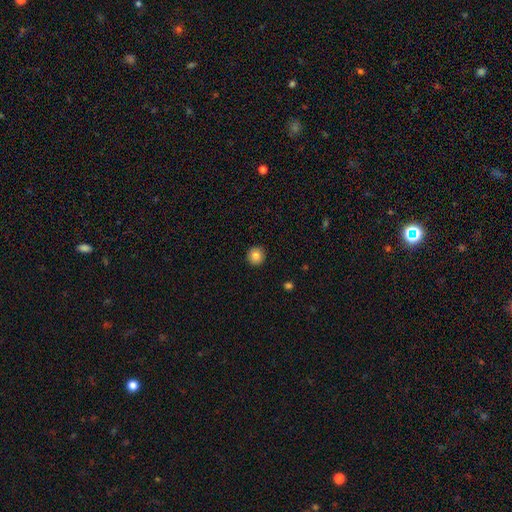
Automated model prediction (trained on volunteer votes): The model was most divided on "smooth or featured": smooth: 85%, star or artifact: 10%, featured or disk: 6%. More confident: how rounded — round (95%); merging — none (93%).